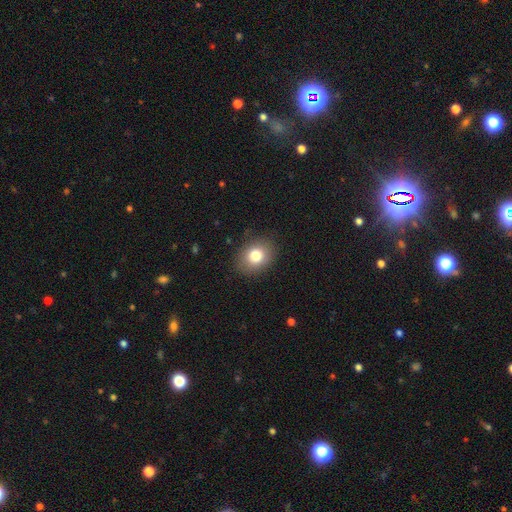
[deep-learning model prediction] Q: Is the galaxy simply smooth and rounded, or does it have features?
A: smooth — 80%.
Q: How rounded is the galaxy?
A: in between — 52%.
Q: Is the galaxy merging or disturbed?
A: none — 86%.